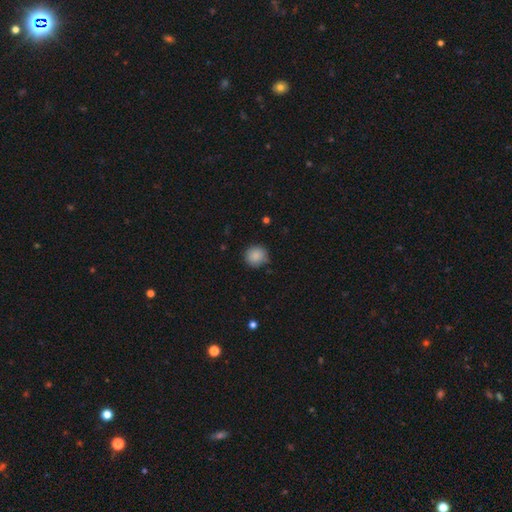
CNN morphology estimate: The model was most divided on "merging": none: 82%, minor disturbance: 14%, major disturbance: 3%, merger: 2%. More confident: how rounded — round (93%); smooth or featured — smooth (87%).